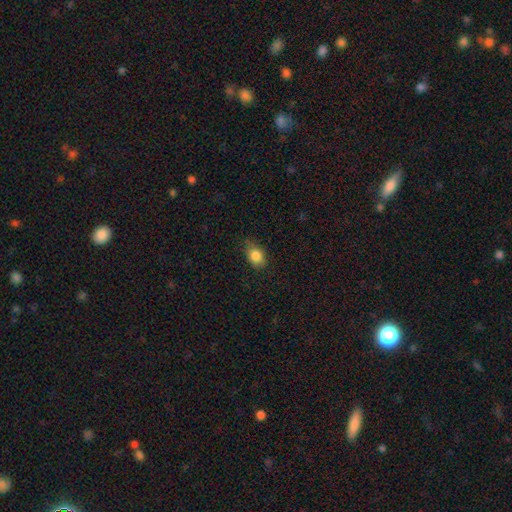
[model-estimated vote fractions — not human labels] Smooth or featured? smooth (85%)
How rounded? in between (68%)
Merging? none (67%)